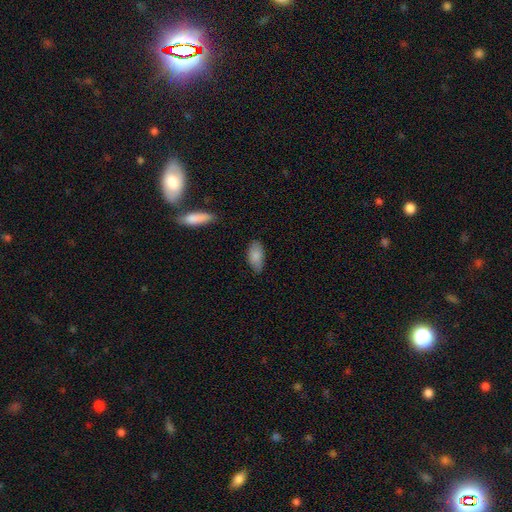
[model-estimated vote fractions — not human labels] The model was most divided on "merging": none: 77%, minor disturbance: 18%, major disturbance: 3%, merger: 2%. More confident: how rounded — in between (91%); smooth or featured — smooth (86%).